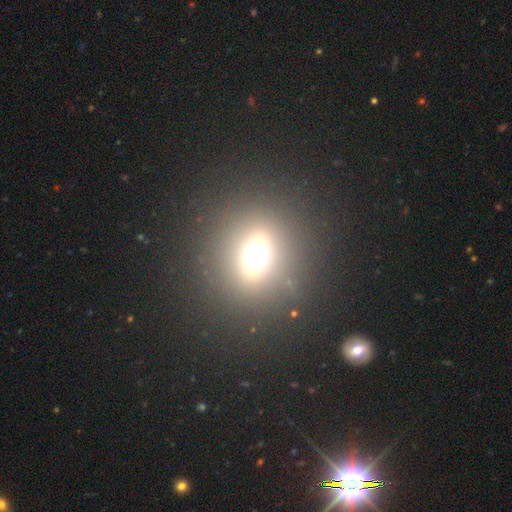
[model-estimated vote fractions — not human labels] smooth 55%, star or artifact 30%, featured or disk 15%. Down the decision tree: how rounded — round (77%); merging — none (84%).